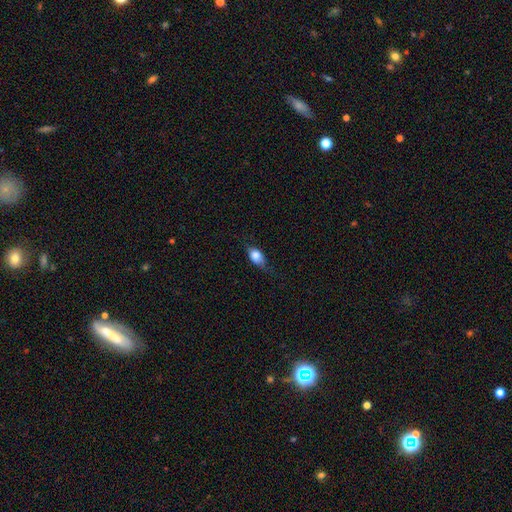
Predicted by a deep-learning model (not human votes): Smooth or featured? smooth (75%)
How rounded? in between (79%)
Merging? none (61%)